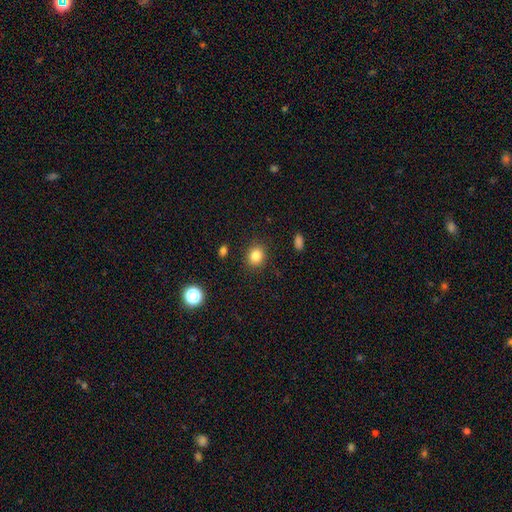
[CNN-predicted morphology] type=smooth (83%); roundness=round (69%); merging=none (88%).